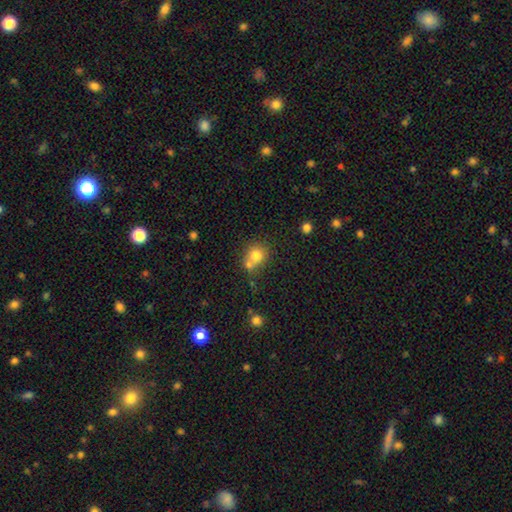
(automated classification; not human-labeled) smooth 76%, featured or disk 12%, star or artifact 12%. Down the decision tree: how rounded — round (78%); merging — none (45%).